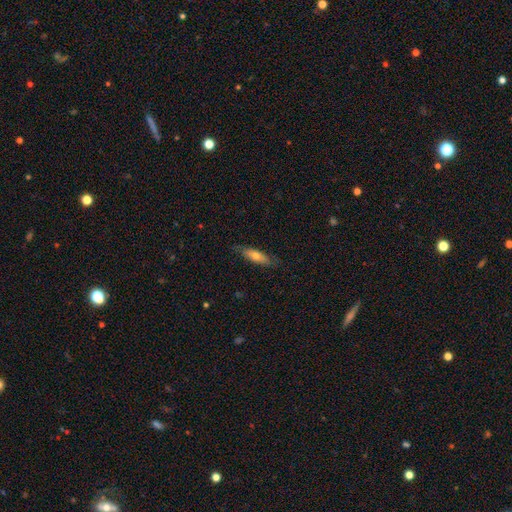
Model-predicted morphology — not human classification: smooth 63%, featured or disk 31%, star or artifact 6%. Down the decision tree: how rounded — cigar-shaped (52%); merging — none (79%).